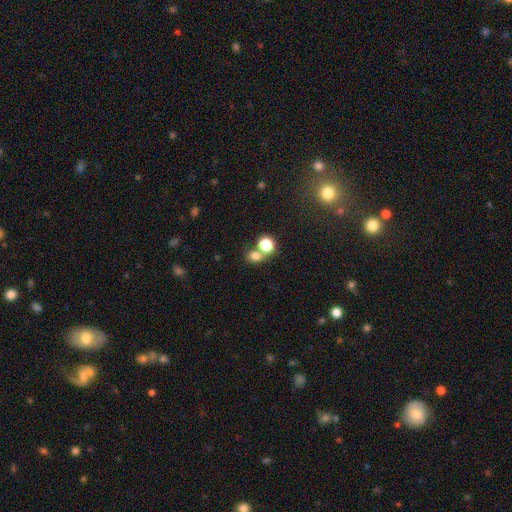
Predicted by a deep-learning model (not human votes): Overall: smooth (73%). How rounded: round (57%; in between 42%). Merging: none (47%; merger 40%).